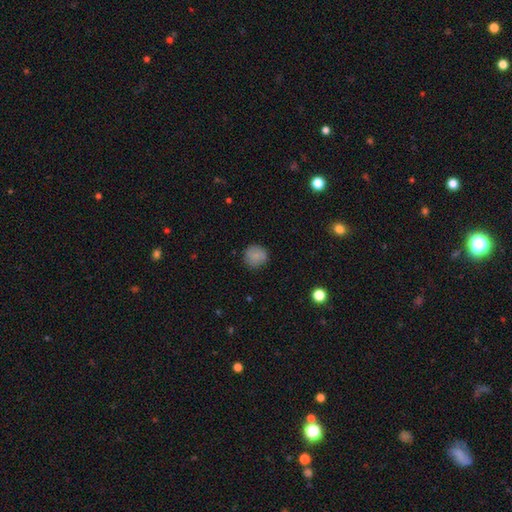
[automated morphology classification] smooth_or_featured: smooth (p=0.85) [alt: star or artifact p=0.09]
how_rounded: round (p=0.91) [alt: in between p=0.08]
merging: none (p=0.85) [alt: minor disturbance p=0.11]